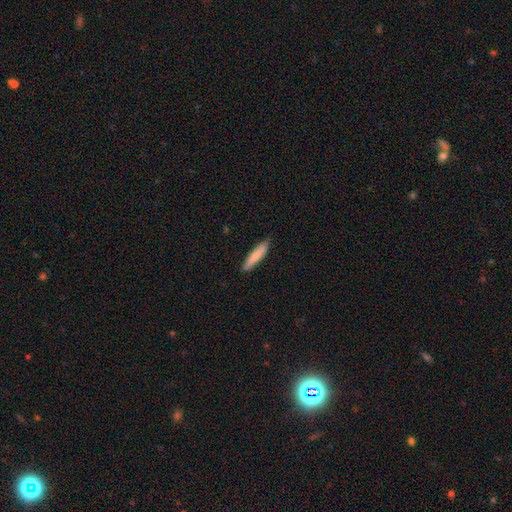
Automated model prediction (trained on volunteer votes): Overall: smooth (81%). How rounded: cigar-shaped (85%). Merging: none (87%).